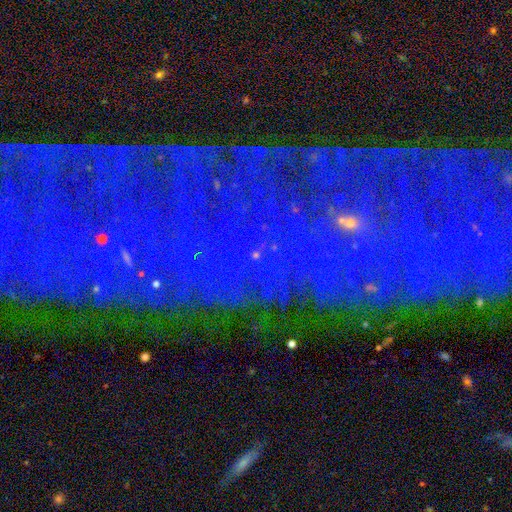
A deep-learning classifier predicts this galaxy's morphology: star or artifact 73%, featured or disk 16%, smooth 11%.